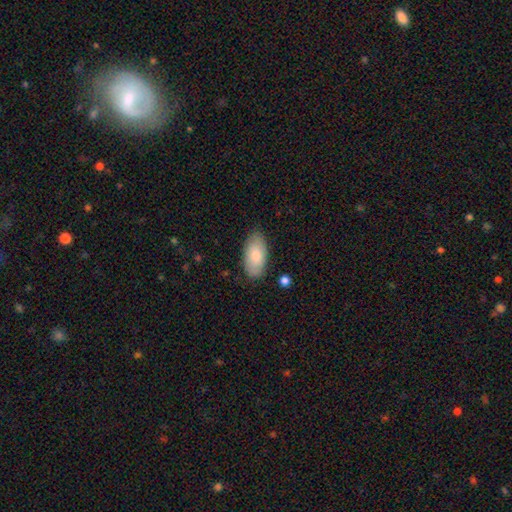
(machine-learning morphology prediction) Smooth or featured? smooth (79%)
How rounded? in between (94%)
Merging? none (82%)